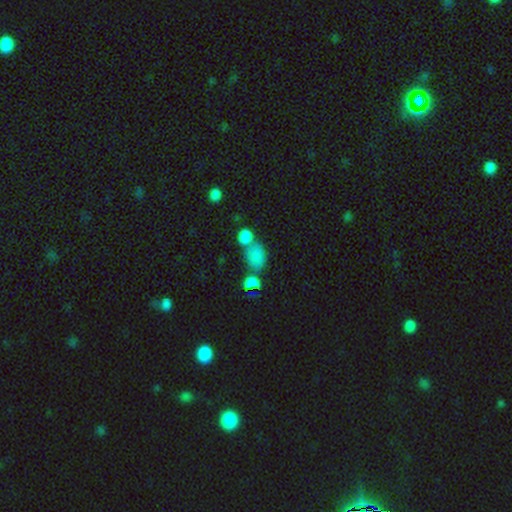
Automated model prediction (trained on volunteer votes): smooth_or_featured: smooth (p=0.79) [alt: star or artifact p=0.13]
how_rounded: in between (p=0.74) [alt: round p=0.24]
merging: merger (p=0.42) [alt: none p=0.38]